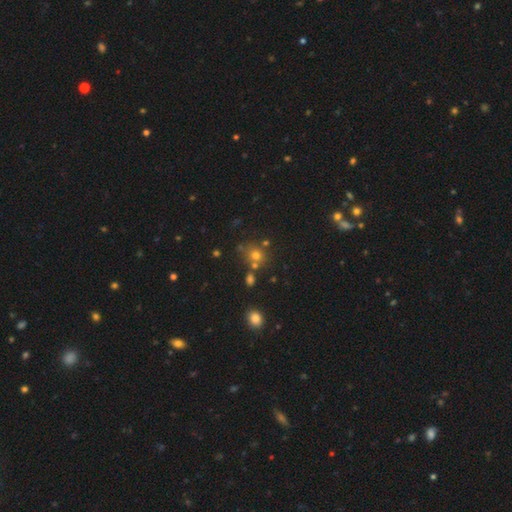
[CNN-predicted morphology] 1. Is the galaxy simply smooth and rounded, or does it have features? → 63% smooth, 25% star or artifact, 12% featured or disk.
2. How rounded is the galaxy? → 79% round, 20% in between, 1% cigar-shaped.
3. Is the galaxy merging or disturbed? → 64% none, 20% merger, 11% minor disturbance, 5% major disturbance.